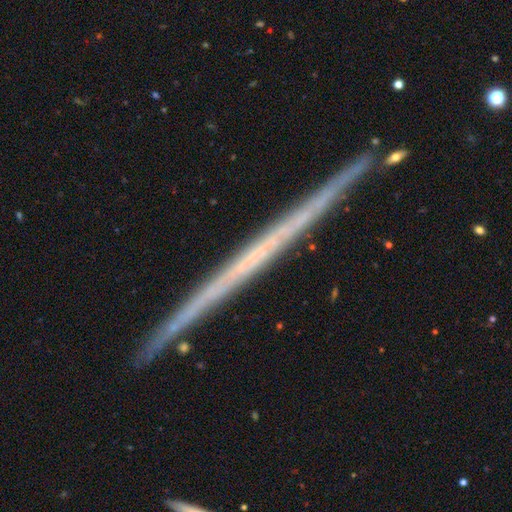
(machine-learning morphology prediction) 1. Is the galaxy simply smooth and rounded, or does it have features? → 75% featured or disk, 17% smooth, 8% star or artifact.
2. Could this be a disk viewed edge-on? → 98% yes, 2% no.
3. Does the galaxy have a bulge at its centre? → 91% none, 5% rounded, 3% boxy.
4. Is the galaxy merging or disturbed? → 92% none, 6% minor disturbance, 1% merger, 1% major disturbance.